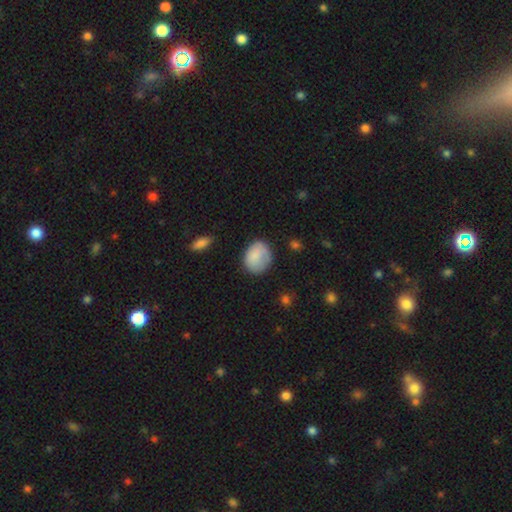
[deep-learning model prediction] smooth 84%, featured or disk 9%, star or artifact 7%. Down the decision tree: how rounded — in between (50%); merging — none (67%).